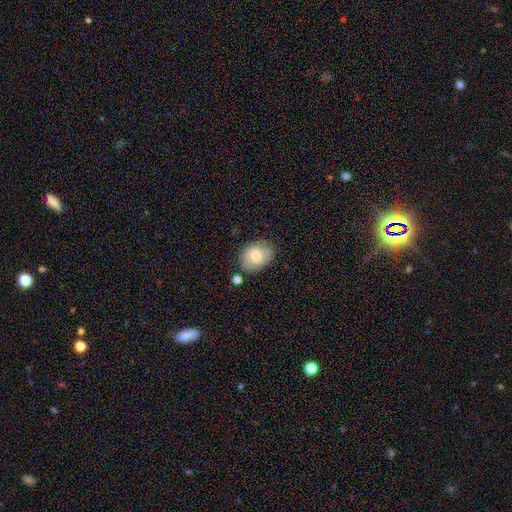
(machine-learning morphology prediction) Smooth or featured?
  - smooth: 73% *
  - featured or disk: 20%
  - star or artifact: 7%
How rounded?
  - in between: 70% *
  - round: 29%
  - cigar-shaped: 1%
Merging?
  - none: 73% *
  - minor disturbance: 18%
  - merger: 5%
  - major disturbance: 4%